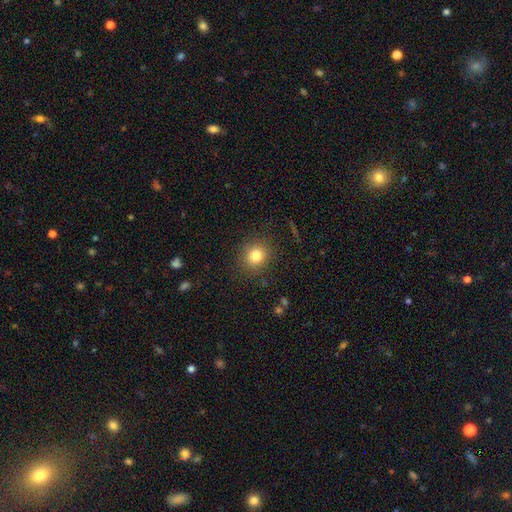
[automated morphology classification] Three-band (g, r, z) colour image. It shows a smooth galaxy with no disk features (80%) that is round (82%). Merging: none (87%).